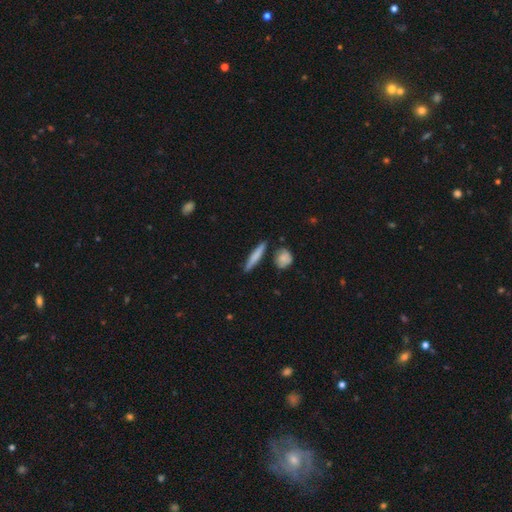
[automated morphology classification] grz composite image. It shows a smooth galaxy with no disk features (68%) that is cigar-shaped (90%). Merging: none (83%).